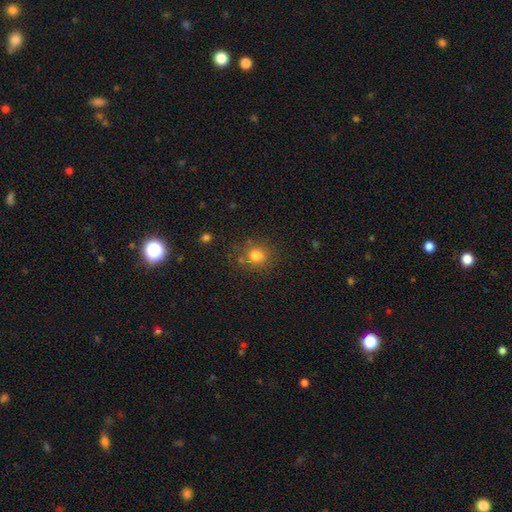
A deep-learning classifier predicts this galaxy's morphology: A smooth galaxy with no disk features (76%) that is round (72%).

Vote fractions:
- Smooth or featured? smooth: 76% / star or artifact: 15% / featured or disk: 9%
- How rounded? round: 72% / in between: 27% / cigar-shaped: 1%
- Merging? none: 71% / minor disturbance: 15% / merger: 8% / major disturbance: 5%